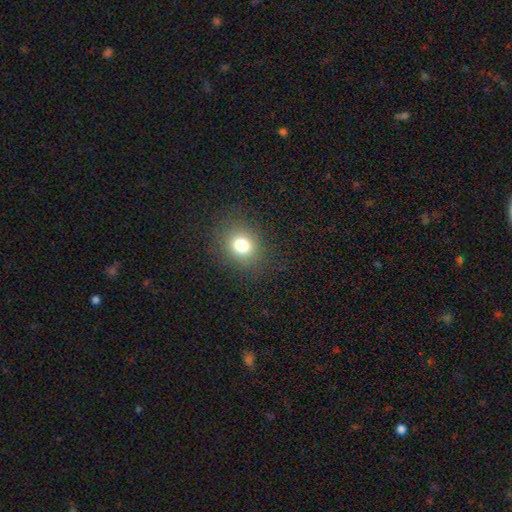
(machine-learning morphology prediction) This is likely a smooth galaxy (76%). How rounded: likely round (77%). Merging: clearly none (91%).